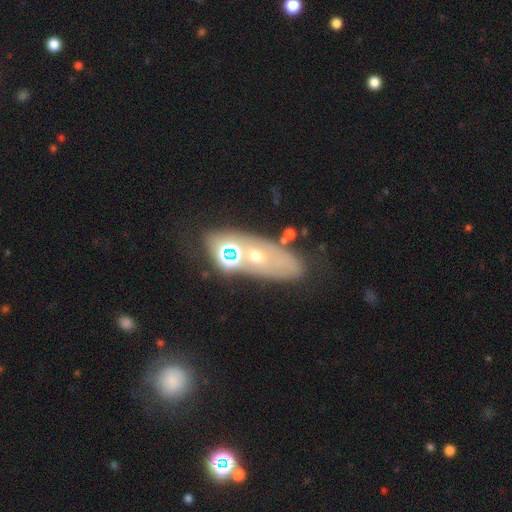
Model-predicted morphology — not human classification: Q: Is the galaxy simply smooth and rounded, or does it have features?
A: featured or disk — 43%.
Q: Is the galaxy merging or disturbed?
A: none — 54%.